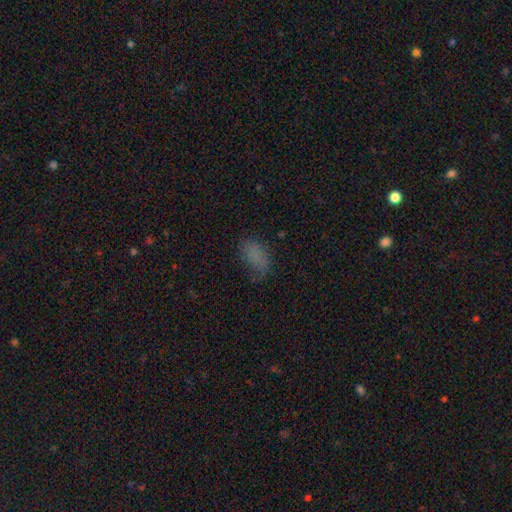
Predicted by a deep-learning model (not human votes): This appears to be a smooth galaxy with no disk features (75%) that is in between round and cigar-shaped (91%). Merging: none (56%).